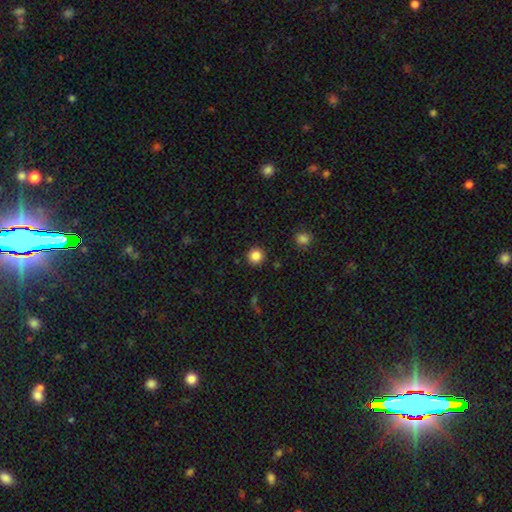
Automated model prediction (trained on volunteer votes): smooth 85%, star or artifact 11%, featured or disk 4%. Down the decision tree: how rounded — round (95%); merging — none (92%).